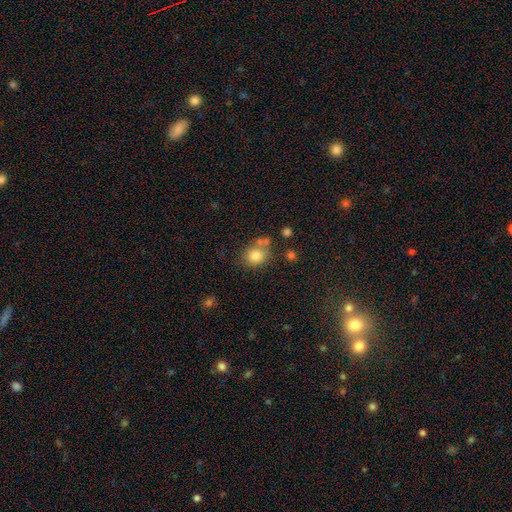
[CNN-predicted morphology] type=smooth (81%); roundness=round (72%); merging=none (56%).